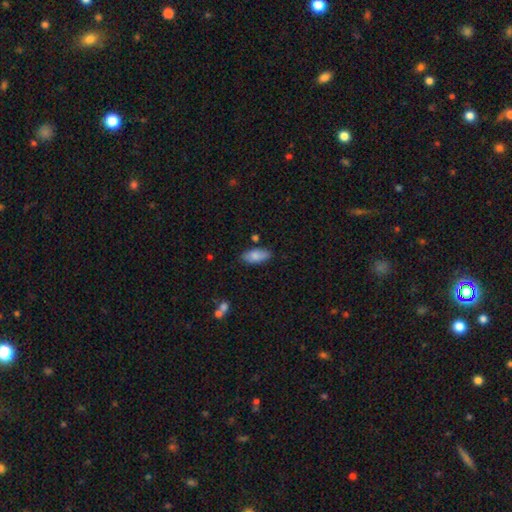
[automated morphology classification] Smooth or featured: smooth — 81% (featured or disk — 12%)
How rounded: in between — 88% (cigar-shaped — 10%)
Merging: none — 81% (minor disturbance — 14%)